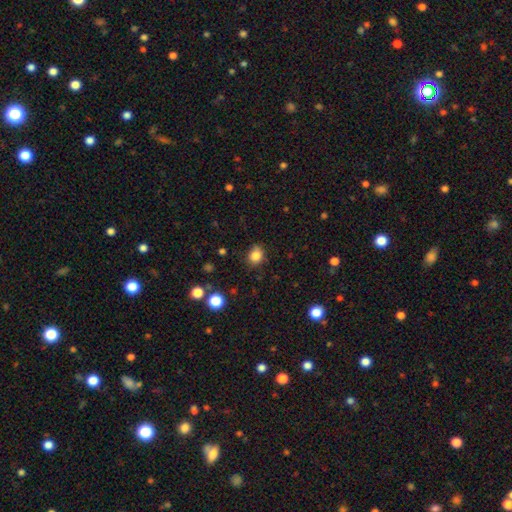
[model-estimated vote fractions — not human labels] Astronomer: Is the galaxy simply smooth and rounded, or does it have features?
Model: smooth — 84%.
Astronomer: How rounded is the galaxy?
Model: round — 61% (runner-up: in between, 38%).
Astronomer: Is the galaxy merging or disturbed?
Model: none — 79%.